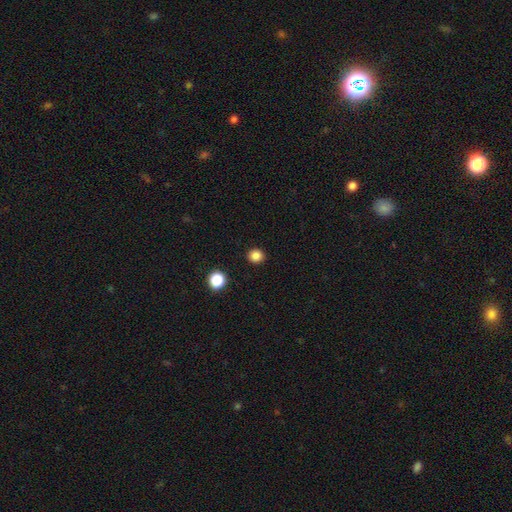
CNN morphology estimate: This is clearly a smooth galaxy (85%). How rounded: clearly round (86%). Merging: clearly none (93%).